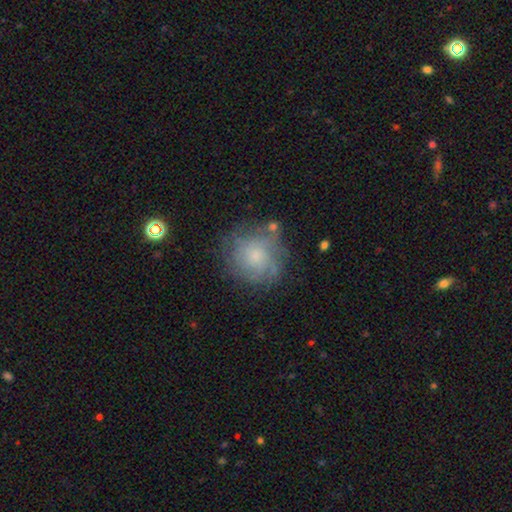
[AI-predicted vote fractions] Morphology: type=smooth (48%); merging=none (69%).